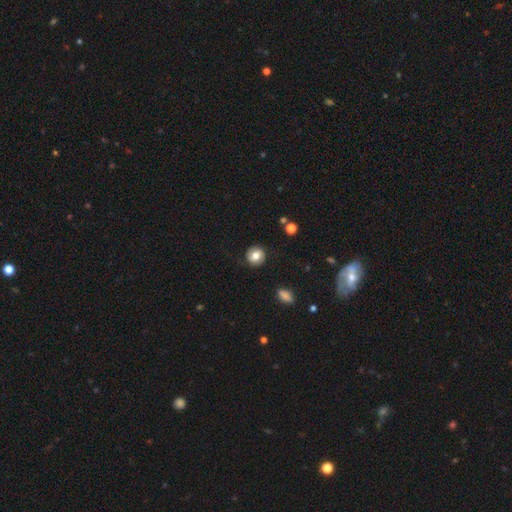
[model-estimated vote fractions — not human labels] Smooth or featured? Predicted: smooth (p=0.71). How rounded? Predicted: round (p=0.88). Merging? Predicted: none (p=0.85).